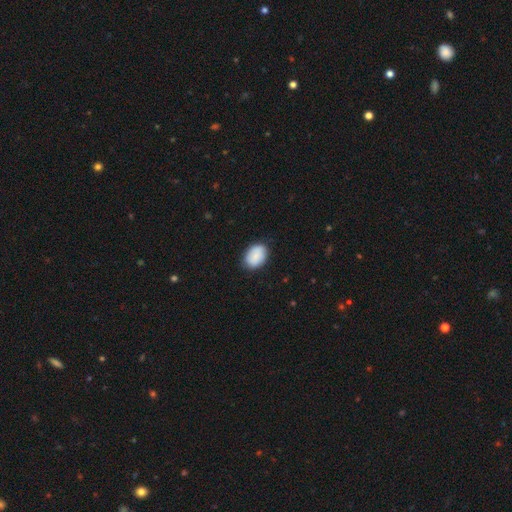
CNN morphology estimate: smooth_or_featured: smooth (p=0.87) [alt: featured or disk p=0.07]
how_rounded: in between (p=0.78) [alt: round p=0.21]
merging: none (p=0.84) [alt: minor disturbance p=0.12]